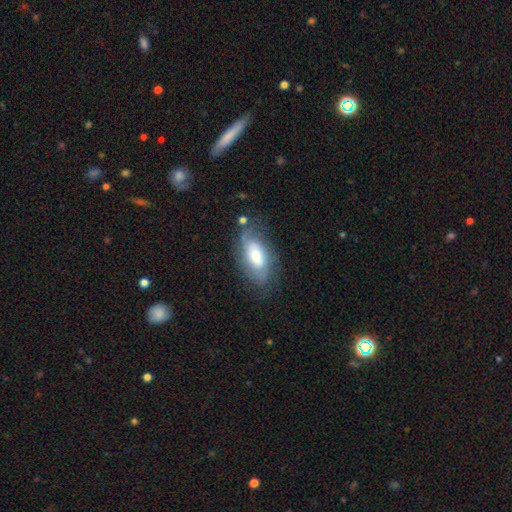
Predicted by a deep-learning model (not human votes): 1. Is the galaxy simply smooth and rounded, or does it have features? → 51% smooth, 41% featured or disk, 8% star or artifact.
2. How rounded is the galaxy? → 89% in between, 7% cigar-shaped, 3% round.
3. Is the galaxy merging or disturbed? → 60% none, 24% minor disturbance, 12% major disturbance, 3% merger.